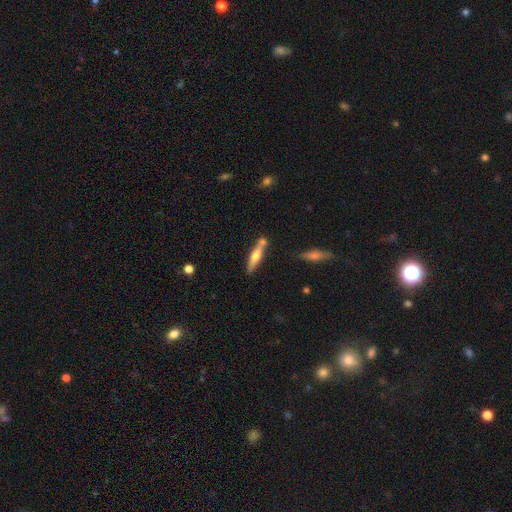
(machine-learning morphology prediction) Q: Smooth or featured?
A: smooth (57%); runner-up: featured or disk (37%)
Q: How rounded?
A: cigar-shaped (80%); runner-up: in between (18%)
Q: Merging?
A: none (66%); runner-up: merger (16%)